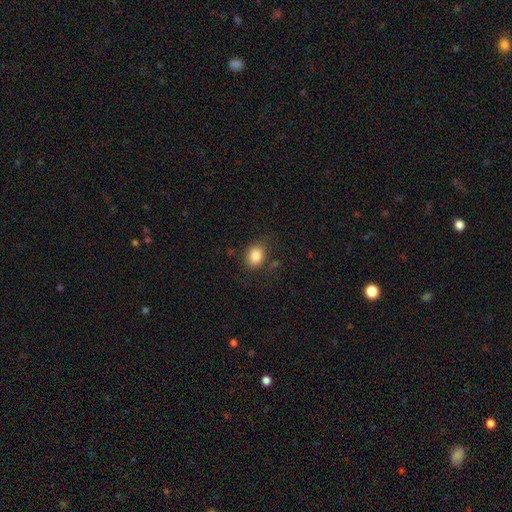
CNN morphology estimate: Smooth or featured?
  - smooth: 84% *
  - star or artifact: 9%
  - featured or disk: 7%
How rounded?
  - in between: 59% *
  - round: 40%
  - cigar-shaped: 1%
Merging?
  - none: 75% *
  - minor disturbance: 16%
  - major disturbance: 6%
  - merger: 3%